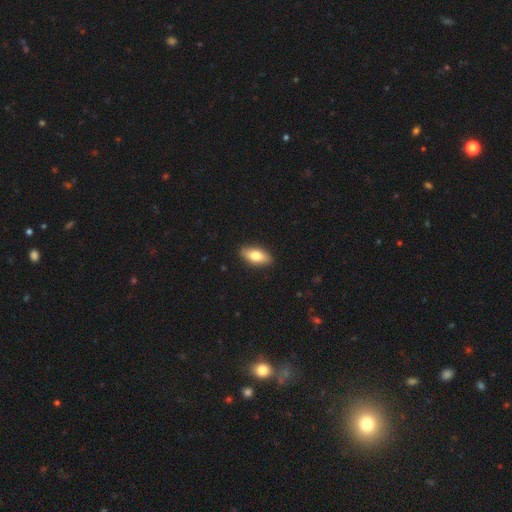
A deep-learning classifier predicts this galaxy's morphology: A smooth galaxy with no disk features (76%) that is in between round and cigar-shaped (86%). Merging: none (88%).